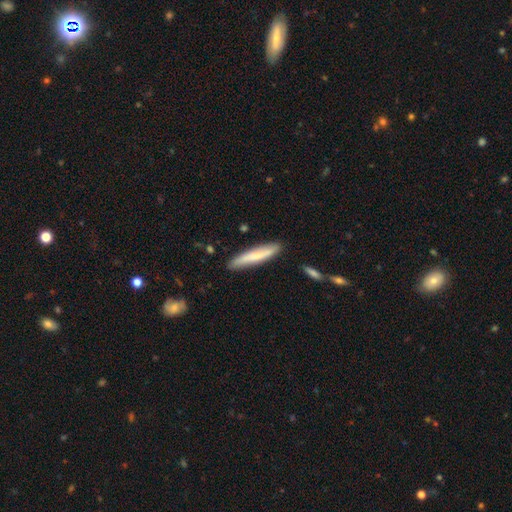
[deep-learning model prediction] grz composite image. It shows a smooth galaxy with no disk features (68%) that is cigar-shaped (91%). Merging: none (86%).